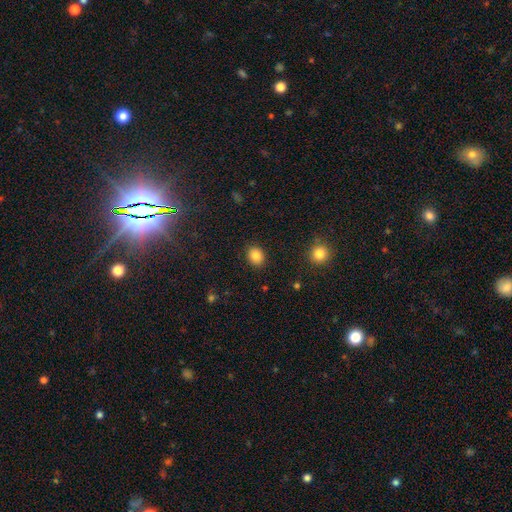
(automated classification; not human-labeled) Smooth or featured? Predicted: smooth (p=0.85). How rounded? Predicted: round (p=0.51). Merging? Predicted: none (p=0.88).